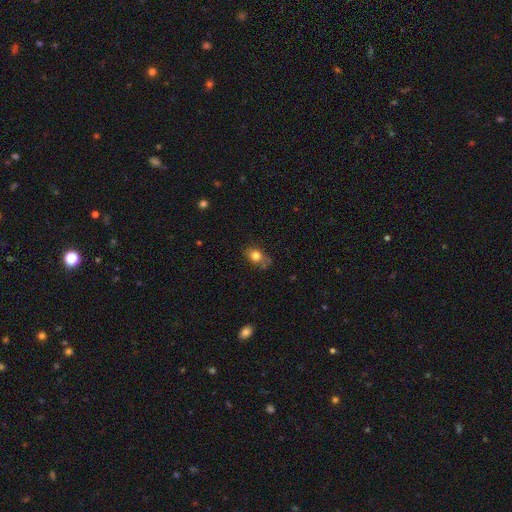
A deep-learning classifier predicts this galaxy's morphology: smooth_or_featured: smooth (p=0.77) [alt: featured or disk p=0.14]
how_rounded: in between (p=0.70) [alt: round p=0.28]
merging: none (p=0.59) [alt: minor disturbance p=0.28]